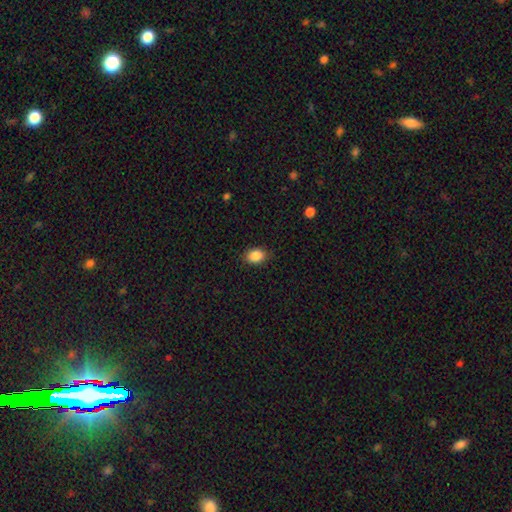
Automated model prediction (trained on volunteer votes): smooth-or-featured: smooth: 87% | star or artifact: 9% | featured or disk: 4%
  how-rounded: in between: 69% | round: 30% | cigar-shaped: 1%
  merging: none: 86% | minor disturbance: 10% | major disturbance: 2% | merger: 1%